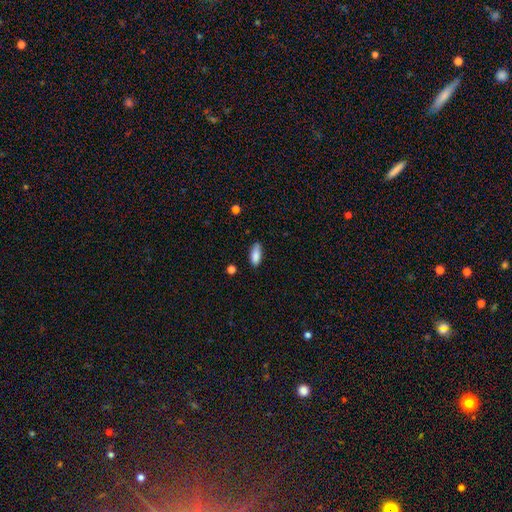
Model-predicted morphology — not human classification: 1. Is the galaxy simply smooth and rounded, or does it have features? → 87% smooth, 7% star or artifact, 6% featured or disk.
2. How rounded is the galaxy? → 77% in between, 21% cigar-shaped, 2% round.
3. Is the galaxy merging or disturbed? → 78% none, 18% minor disturbance, 3% major disturbance, 2% merger.